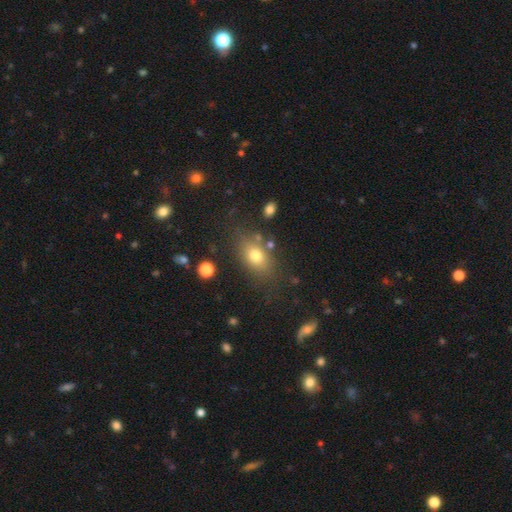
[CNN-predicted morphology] smooth-or-featured: smooth: 75% | featured or disk: 13% | star or artifact: 12%
  how-rounded: in between: 75% | round: 22% | cigar-shaped: 3%
  merging: none: 74% | minor disturbance: 14% | major disturbance: 6% | merger: 5%